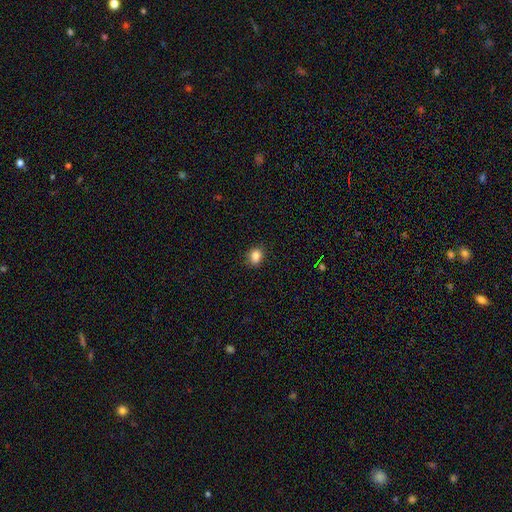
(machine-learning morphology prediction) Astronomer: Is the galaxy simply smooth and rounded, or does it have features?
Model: smooth — 85%.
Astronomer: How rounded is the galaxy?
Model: in between — 56% (runner-up: round, 43%).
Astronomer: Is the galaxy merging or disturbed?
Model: none — 85%.